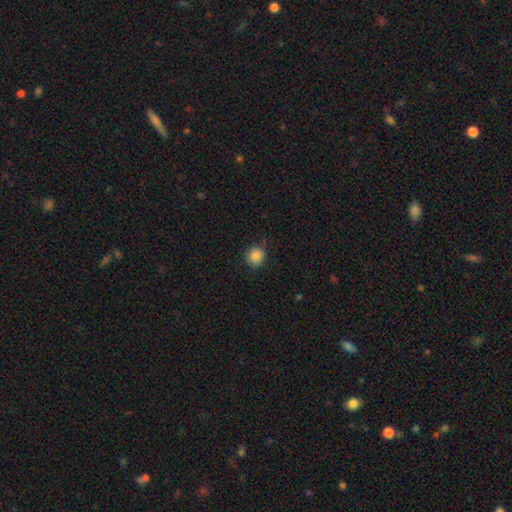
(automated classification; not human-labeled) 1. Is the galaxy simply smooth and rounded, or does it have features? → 87% smooth, 10% star or artifact, 3% featured or disk.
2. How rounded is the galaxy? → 90% round, 9% in between, 1% cigar-shaped.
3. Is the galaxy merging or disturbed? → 85% none, 11% minor disturbance, 3% major disturbance, 1% merger.